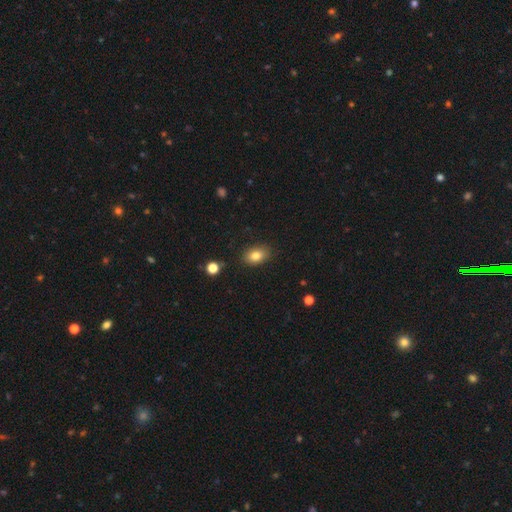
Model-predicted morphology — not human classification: A smooth galaxy with no disk features (82%) that is in between round and cigar-shaped (81%). Merging: none (86%).